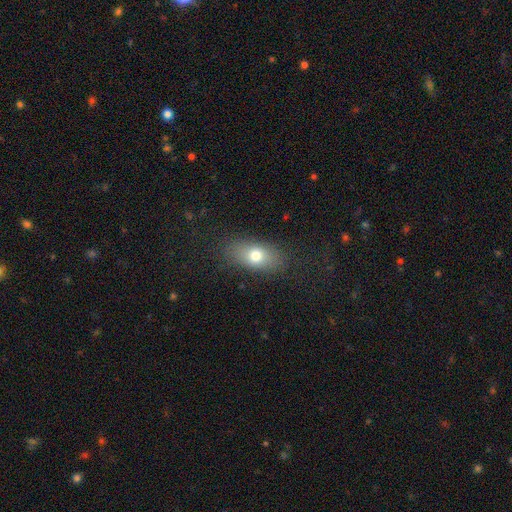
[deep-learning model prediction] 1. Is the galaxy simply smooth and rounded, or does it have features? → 74% smooth, 16% featured or disk, 10% star or artifact.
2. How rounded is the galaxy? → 81% in between, 13% round, 6% cigar-shaped.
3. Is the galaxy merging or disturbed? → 81% none, 12% minor disturbance, 5% major disturbance, 1% merger.